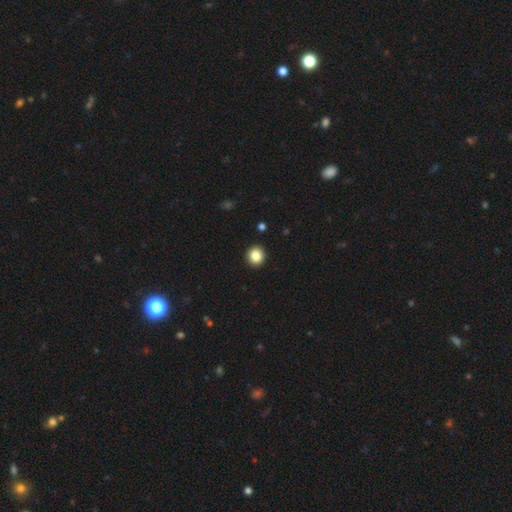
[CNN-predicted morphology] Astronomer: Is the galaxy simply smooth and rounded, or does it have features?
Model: smooth — 86%.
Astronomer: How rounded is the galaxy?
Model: round — 90%.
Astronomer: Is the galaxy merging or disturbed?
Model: none — 93%.